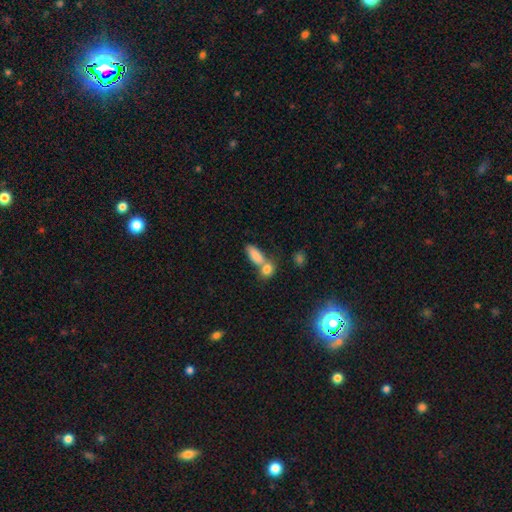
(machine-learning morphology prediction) A smooth galaxy with no disk features (84%) that is in between round and cigar-shaped (81%). Merging: merger (48%).